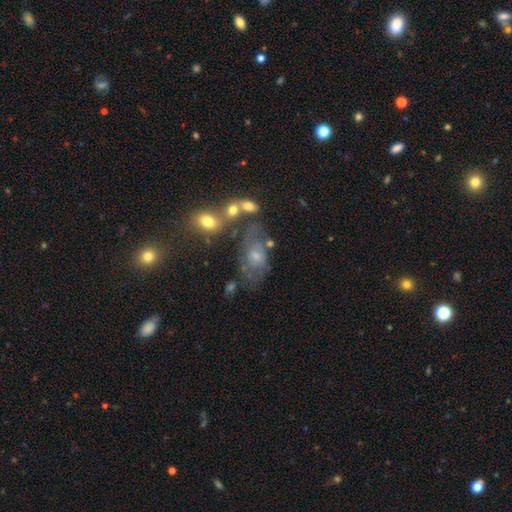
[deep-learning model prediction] featured or disk 45%, smooth 39%, star or artifact 16%. Down the decision tree: merging — none (47%).